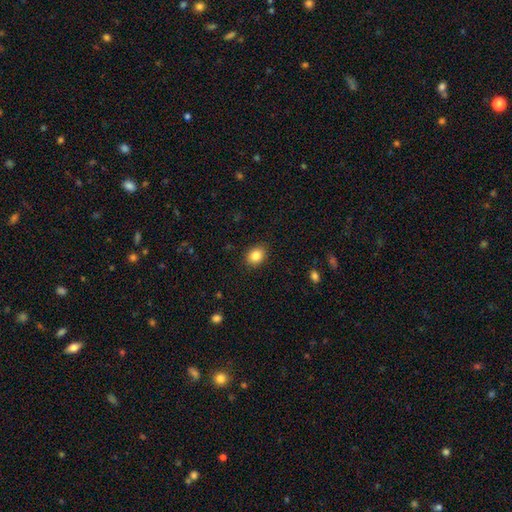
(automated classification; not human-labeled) This appears to be a smooth galaxy with no disk features (85%) that is in between round and cigar-shaped (56%). Merging: none (89%).